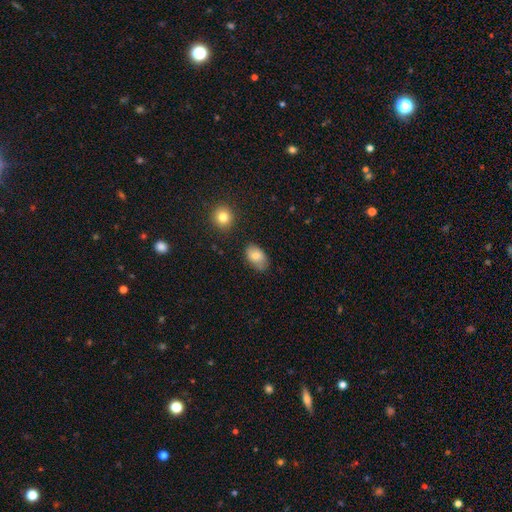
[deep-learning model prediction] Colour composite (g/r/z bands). It shows a smooth galaxy with no disk features (78%) that is in between round and cigar-shaped (89%). Merging: none (71%).